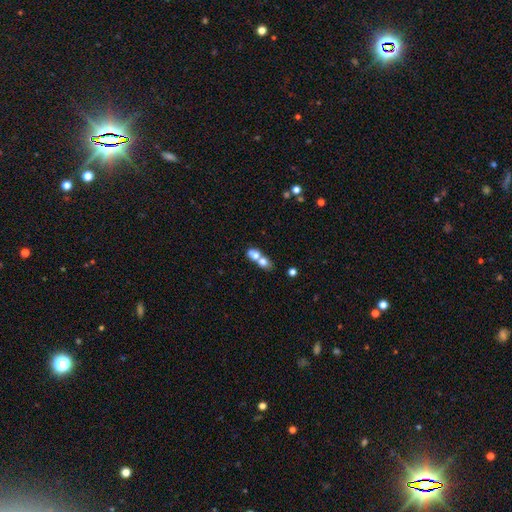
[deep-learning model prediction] smooth 70%, featured or disk 20%, star or artifact 10%. Down the decision tree: how rounded — in between (60%); merging — merger (71%).